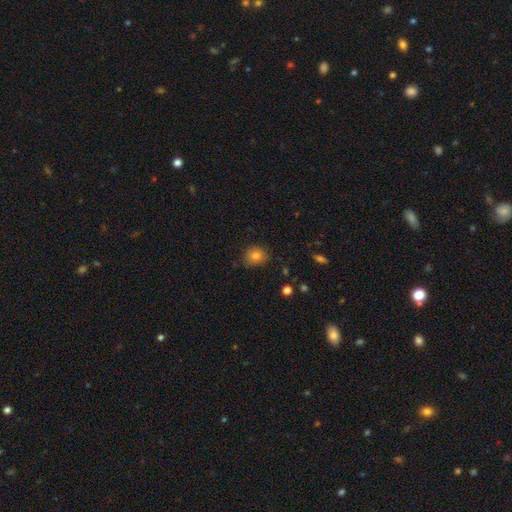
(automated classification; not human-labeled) Smooth or featured: smooth — 80% (star or artifact — 12%)
How rounded: round — 73% (in between — 26%)
Merging: none — 82% (minor disturbance — 14%)